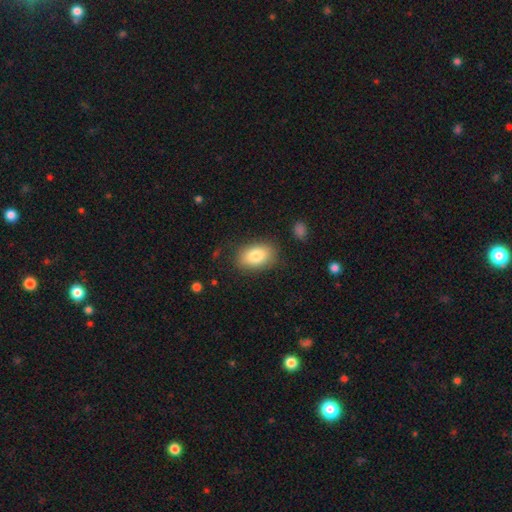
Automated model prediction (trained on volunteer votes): Smooth or featured? Predicted: smooth (p=0.82). How rounded? Predicted: in between (p=0.87). Merging? Predicted: none (p=0.82).